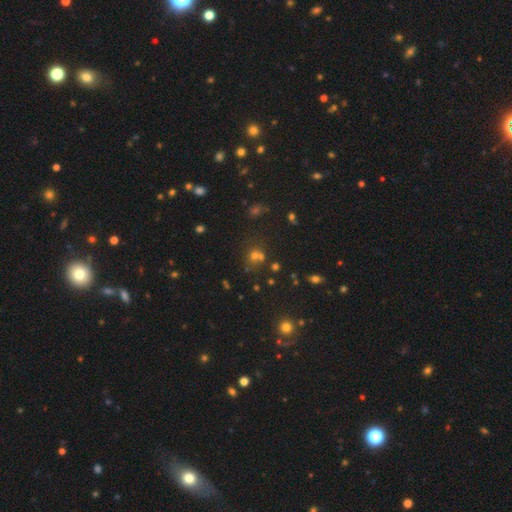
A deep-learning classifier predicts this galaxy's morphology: Smooth or featured? smooth (52%)
How rounded? round (82%)
Merging? none (53%)